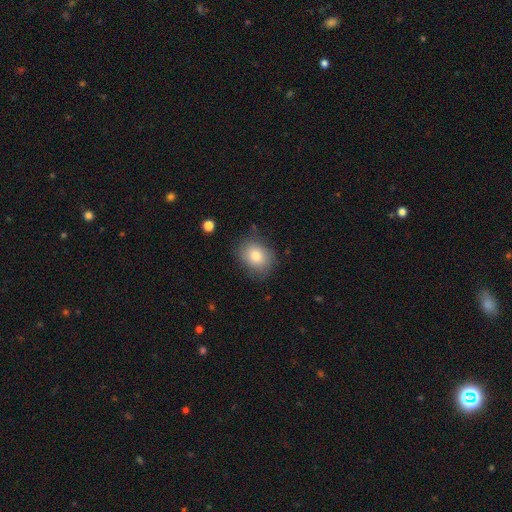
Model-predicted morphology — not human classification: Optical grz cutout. It shows a smooth galaxy with no disk features (82%) that is in between round and cigar-shaped (60%). Merging: none (77%).